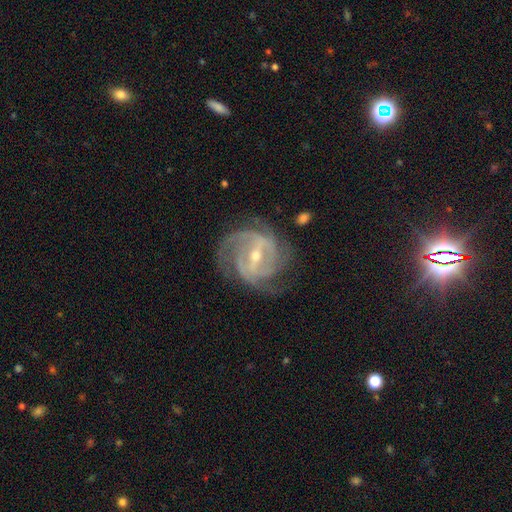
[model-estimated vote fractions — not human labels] Overall: featured or disk (91%). Edge-on disk: no (97%). Bar: strong (52%; weak 38%). Spiral arms: yes (97%). Spiral arm count: 3 (37%; 2 25%). Spiral winding: tight (54%; medium 38%). Bulge size: small (49%; moderate 48%). Merging: none (73%).